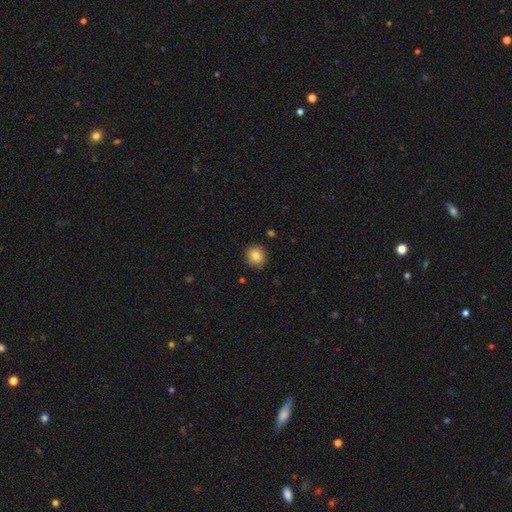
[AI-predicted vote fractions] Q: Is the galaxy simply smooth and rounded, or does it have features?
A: smooth — 83%.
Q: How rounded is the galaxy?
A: round — 91%.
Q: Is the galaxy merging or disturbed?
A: none — 88%.